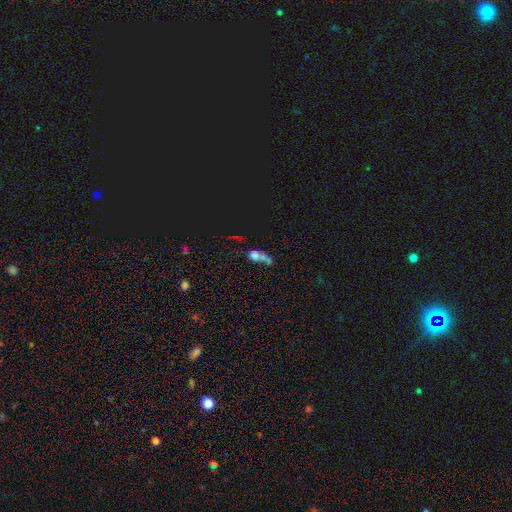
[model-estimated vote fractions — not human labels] Smooth or featured? smooth (46%)
Merging? merger (46%)